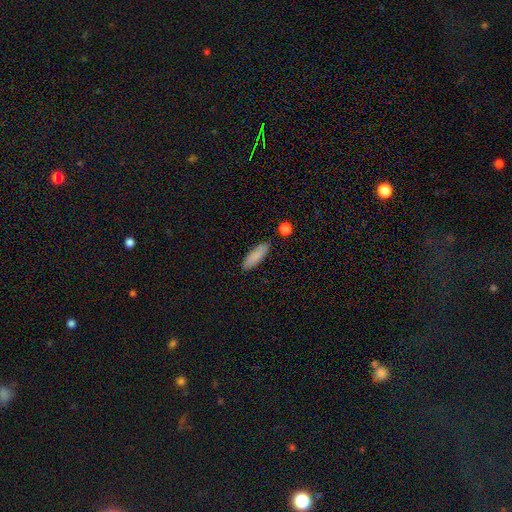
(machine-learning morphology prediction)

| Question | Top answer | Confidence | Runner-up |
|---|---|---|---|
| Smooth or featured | smooth | 85% | featured or disk (8%) |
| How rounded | in between | 53% | cigar-shaped (45%) |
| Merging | none | 85% | minor disturbance (10%) |